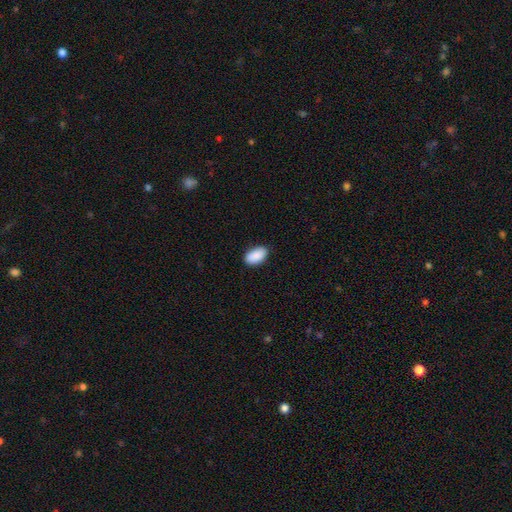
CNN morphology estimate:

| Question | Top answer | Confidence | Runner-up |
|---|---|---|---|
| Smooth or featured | smooth | 91% | star or artifact (6%) |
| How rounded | in between | 94% | round (4%) |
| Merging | none | 87% | minor disturbance (10%) |